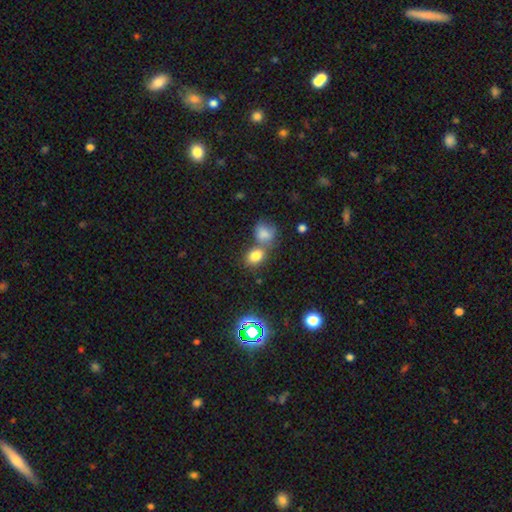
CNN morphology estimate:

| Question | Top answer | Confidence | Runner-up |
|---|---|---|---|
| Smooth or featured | smooth | 78% | star or artifact (14%) |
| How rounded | in between | 59% | round (40%) |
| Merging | none | 45% | merger (41%) |